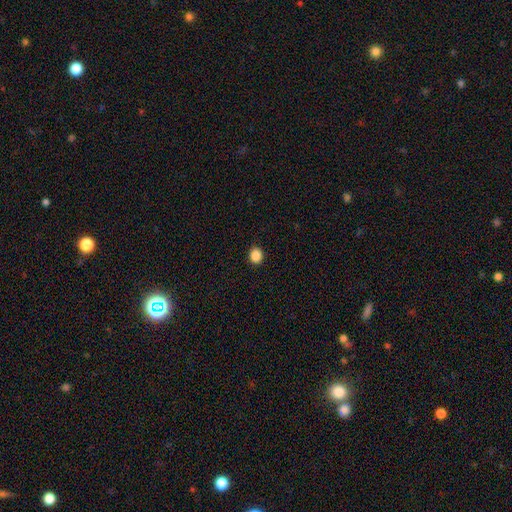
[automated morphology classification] Smooth or featured? Predicted: smooth (p=0.87). How rounded? Predicted: round (p=0.71). Merging? Predicted: none (p=0.90).